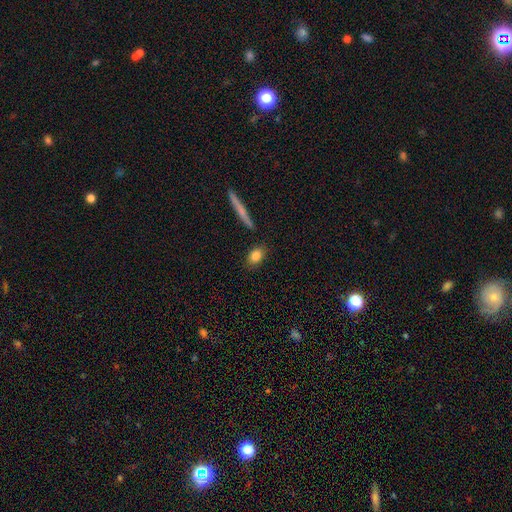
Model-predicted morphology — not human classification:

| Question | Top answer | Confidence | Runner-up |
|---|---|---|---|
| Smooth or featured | smooth | 83% | featured or disk (10%) |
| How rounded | in between | 77% | round (16%) |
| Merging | none | 85% | minor disturbance (10%) |